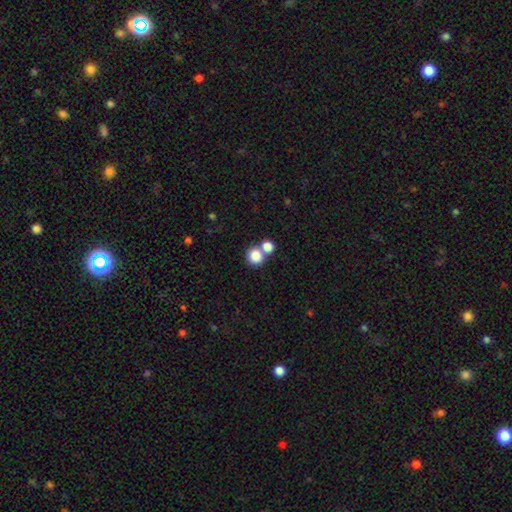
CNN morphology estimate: A smooth galaxy with no disk features (83%) that is round (84%). Merging: none (51%).